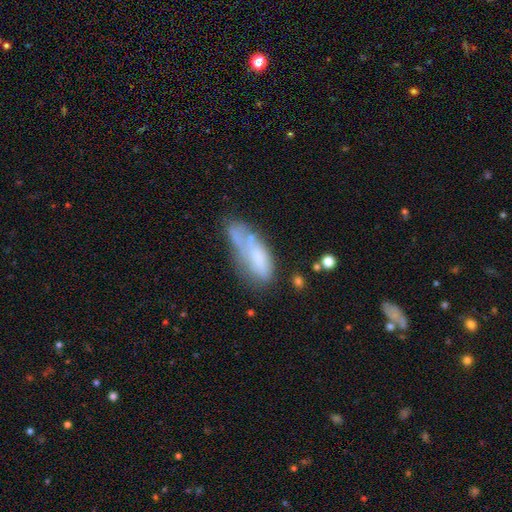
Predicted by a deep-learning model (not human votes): smooth-or-featured: smooth: 59% | featured or disk: 32% | star or artifact: 9%
  how-rounded: in between: 67% | cigar-shaped: 31% | round: 2%
  merging: none: 33% | minor disturbance: 27% | major disturbance: 23% | merger: 17%